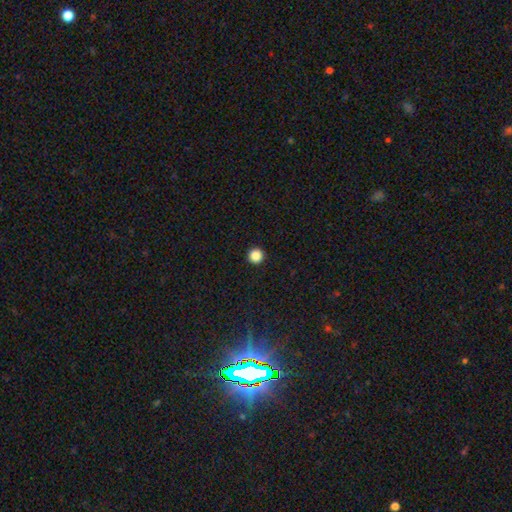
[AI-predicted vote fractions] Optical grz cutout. It shows a smooth galaxy with no disk features (87%) that is round (97%). Merging: none (94%).